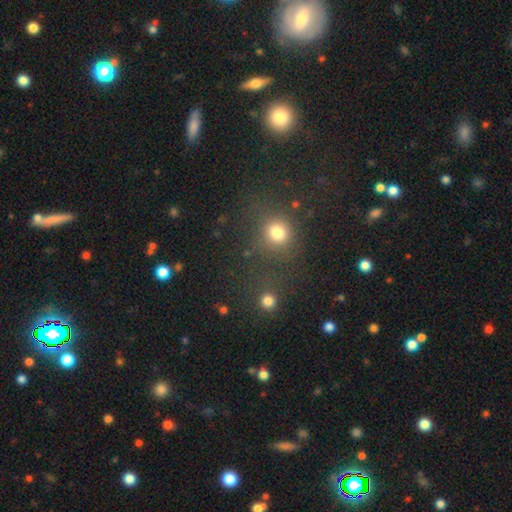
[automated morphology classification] Smooth or featured: smooth — 53% (star or artifact — 40%)
How rounded: round — 89% (in between — 9%)
Merging: none — 82% (minor disturbance — 9%)